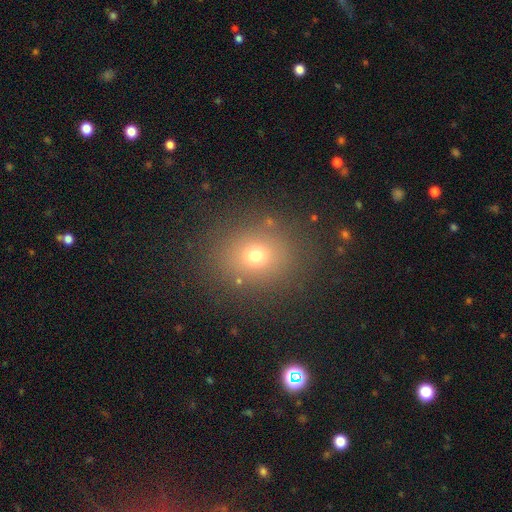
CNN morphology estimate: type=smooth (68%); roundness=round (68%); merging=none (85%).